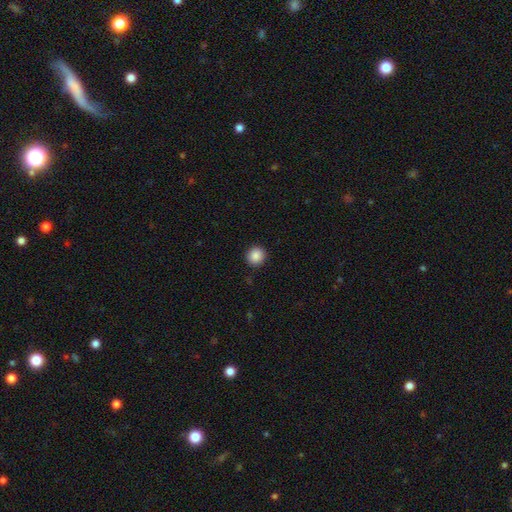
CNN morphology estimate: Smooth or featured? Predicted: smooth (p=0.88). How rounded? Predicted: round (p=0.92). Merging? Predicted: none (p=0.91).